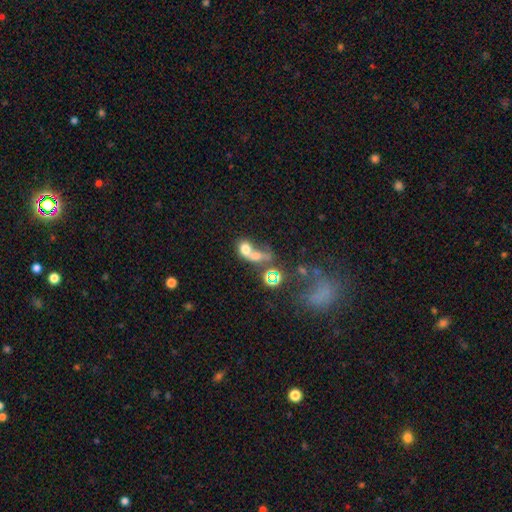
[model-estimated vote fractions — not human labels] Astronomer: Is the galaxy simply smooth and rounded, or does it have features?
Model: smooth — 59%.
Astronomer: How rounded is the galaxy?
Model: round — 51% (runner-up: in between, 46%).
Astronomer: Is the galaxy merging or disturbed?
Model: merger — 65%.